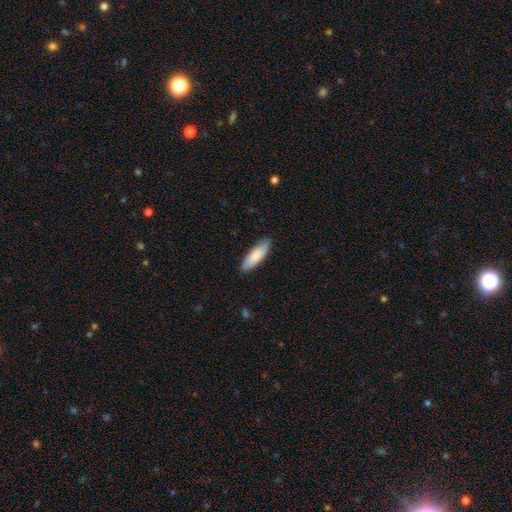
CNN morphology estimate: smooth 81%, featured or disk 14%, star or artifact 5%. Down the decision tree: how rounded — in between (51%); merging — none (87%).